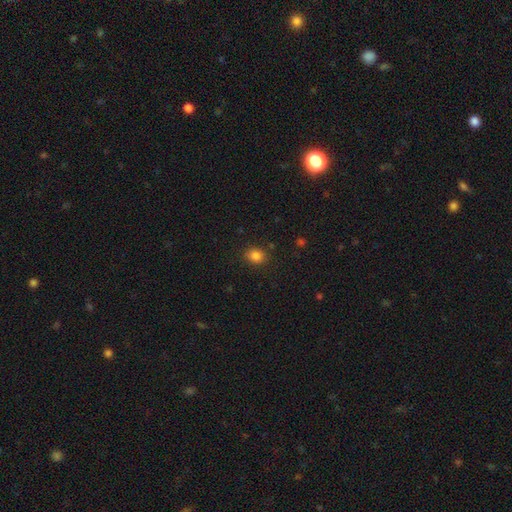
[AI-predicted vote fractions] smooth-or-featured: smooth: 83% | star or artifact: 12% | featured or disk: 5%
  how-rounded: round: 69% | in between: 30% | cigar-shaped: 1%
  merging: none: 84% | minor disturbance: 11% | major disturbance: 3% | merger: 2%